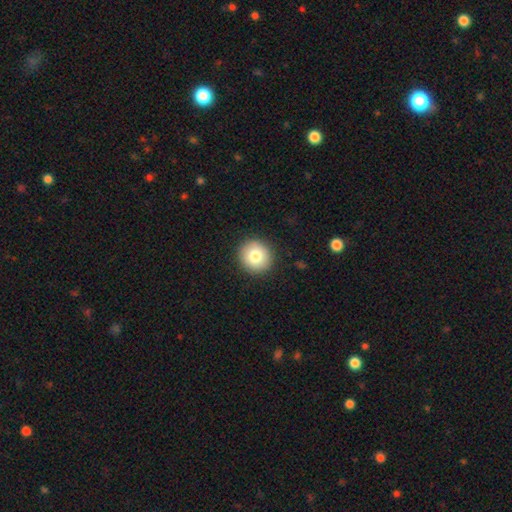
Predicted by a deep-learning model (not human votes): Smooth or featured?
  - smooth: 80% *
  - featured or disk: 10%
  - star or artifact: 9%
How rounded?
  - round: 92% *
  - in between: 7%
  - cigar-shaped: 1%
Merging?
  - none: 93% *
  - minor disturbance: 5%
  - major disturbance: 2%
  - merger: 1%